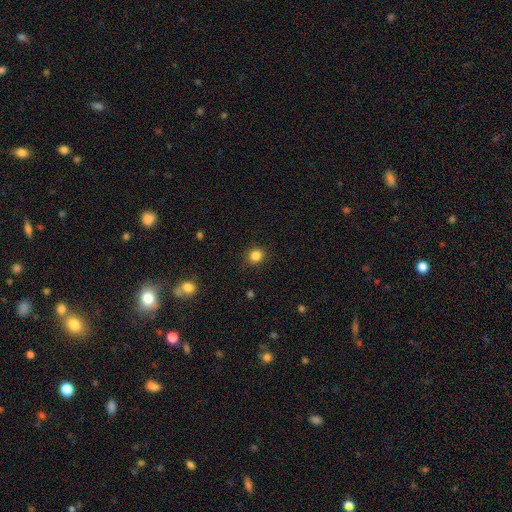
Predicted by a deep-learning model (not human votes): smooth_or_featured: smooth (p=0.85) [alt: star or artifact p=0.12]
how_rounded: round (p=0.86) [alt: in between p=0.13]
merging: none (p=0.89) [alt: minor disturbance p=0.07]